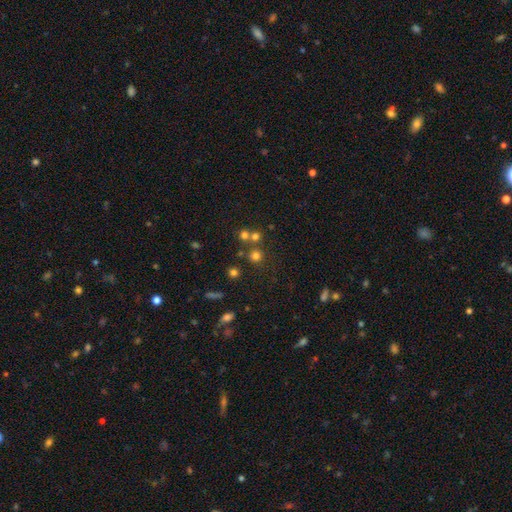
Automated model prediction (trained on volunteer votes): This appears to be a smooth galaxy with no disk features (68%) that is round (92%). Merging: none (68%).